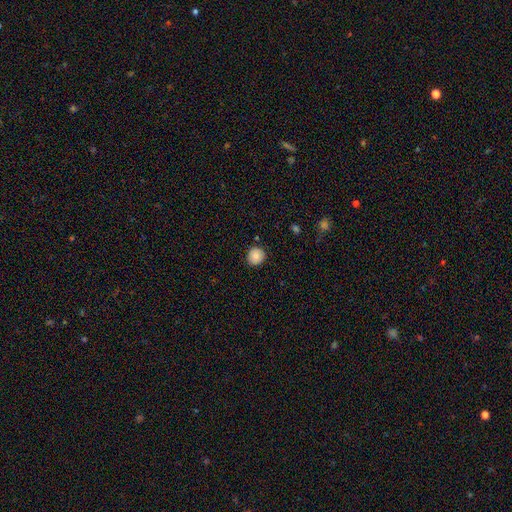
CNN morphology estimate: smooth 83%, featured or disk 9%, star or artifact 8%. Down the decision tree: how rounded — round (91%); merging — none (89%).